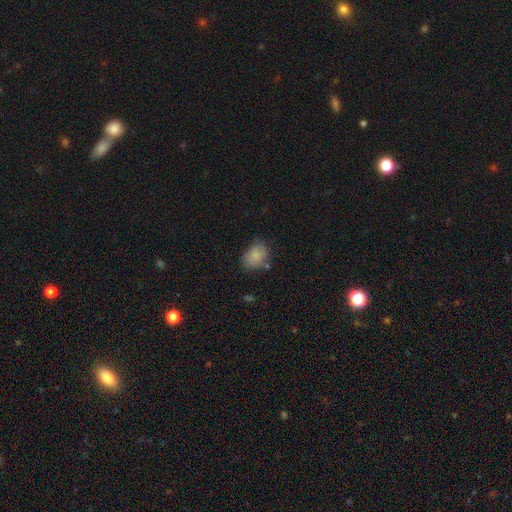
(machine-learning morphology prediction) smooth 82%, featured or disk 9%, star or artifact 8%. Down the decision tree: how rounded — in between (70%); merging — none (64%).